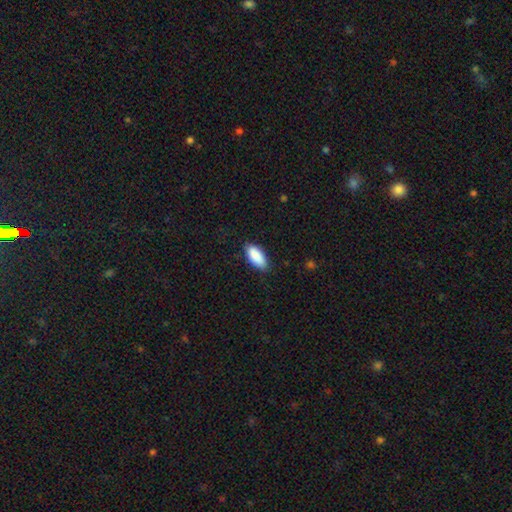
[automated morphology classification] Q: Smooth or featured?
A: smooth (89%); runner-up: star or artifact (6%)
Q: How rounded?
A: in between (88%); runner-up: cigar-shaped (10%)
Q: Merging?
A: none (82%); runner-up: minor disturbance (15%)